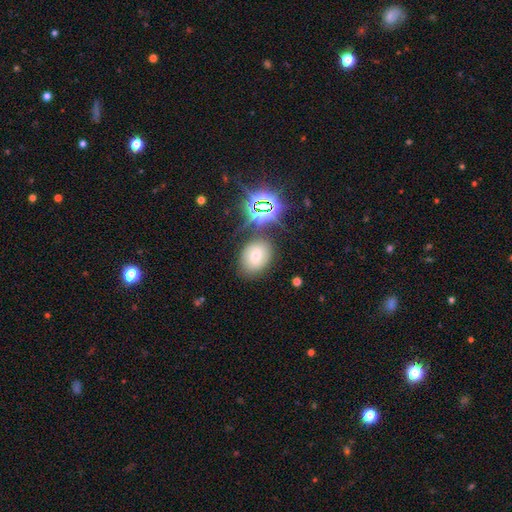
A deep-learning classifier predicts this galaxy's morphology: Smooth or featured? Predicted: smooth (p=0.50). Merging? Predicted: none (p=0.76).